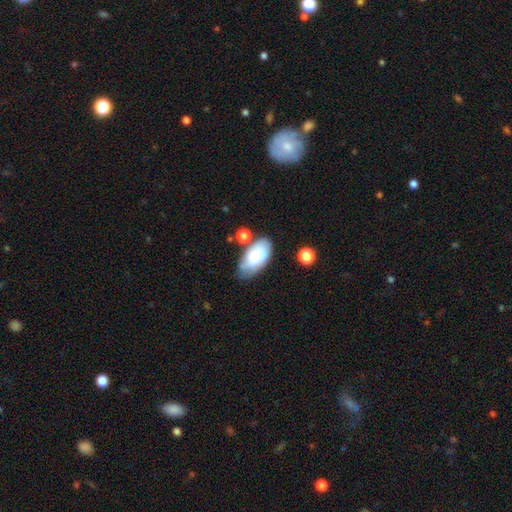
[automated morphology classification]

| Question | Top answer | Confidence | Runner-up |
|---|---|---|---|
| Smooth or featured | smooth | 68% | featured or disk (25%) |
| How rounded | in between | 94% | round (4%) |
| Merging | none | 57% | minor disturbance (24%) |